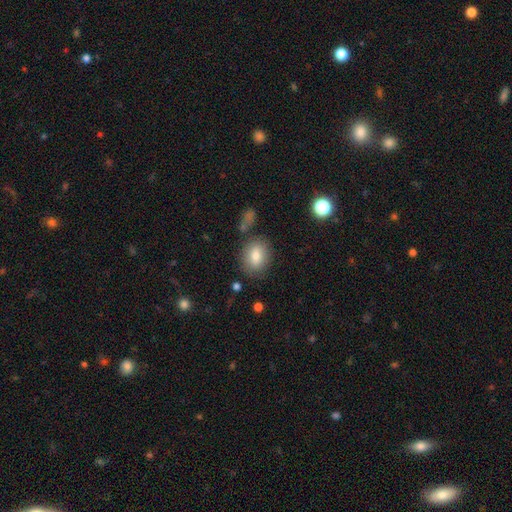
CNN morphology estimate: This is clearly a smooth galaxy (81%). How rounded: likely in between (63%). Merging: likely none (78%).